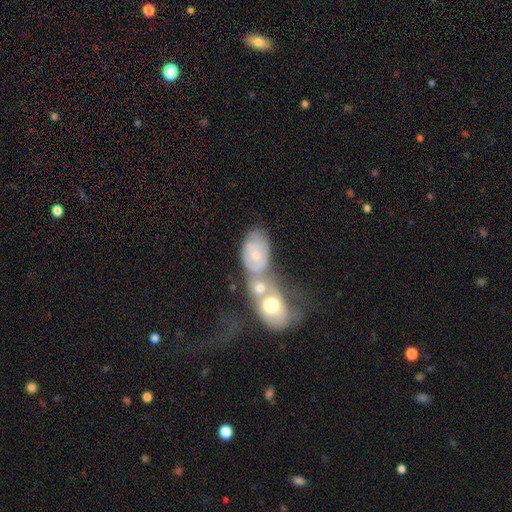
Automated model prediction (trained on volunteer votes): Smooth or featured? featured or disk (61%)
Edge-on disk? no (94%)
Bar? no (73%)
Spiral arms? yes (66%)
Bulge size? small (50%)
Merging? merger (63%)